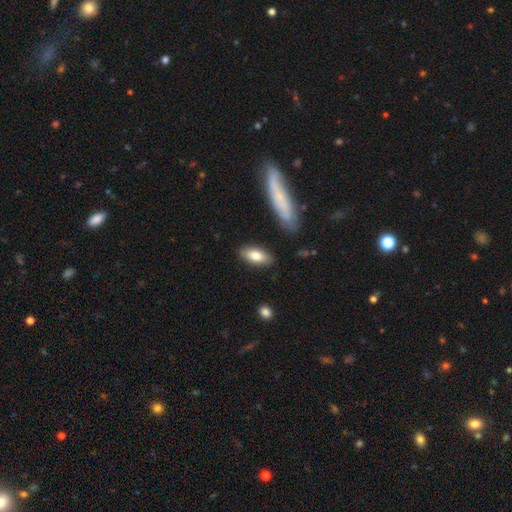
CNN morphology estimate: smooth_or_featured: smooth (p=0.78) [alt: featured or disk p=0.15]
how_rounded: in between (p=0.82) [alt: cigar-shaped p=0.16]
merging: none (p=0.85) [alt: minor disturbance p=0.10]